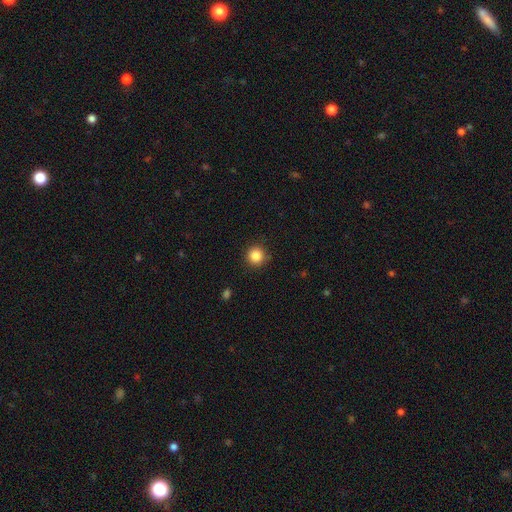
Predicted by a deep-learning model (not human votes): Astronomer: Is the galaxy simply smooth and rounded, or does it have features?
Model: smooth — 86%.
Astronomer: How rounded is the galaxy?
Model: round — 95%.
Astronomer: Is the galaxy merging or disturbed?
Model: none — 89%.